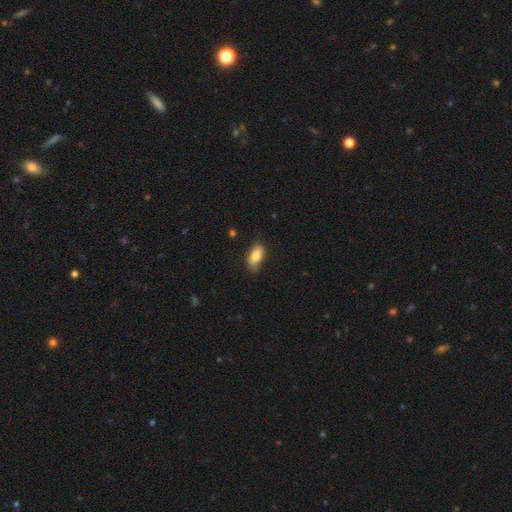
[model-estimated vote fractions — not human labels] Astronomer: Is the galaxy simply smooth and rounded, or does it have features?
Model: smooth — 84%.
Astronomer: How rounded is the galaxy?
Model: in between — 90%.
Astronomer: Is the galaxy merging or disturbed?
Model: none — 77%.